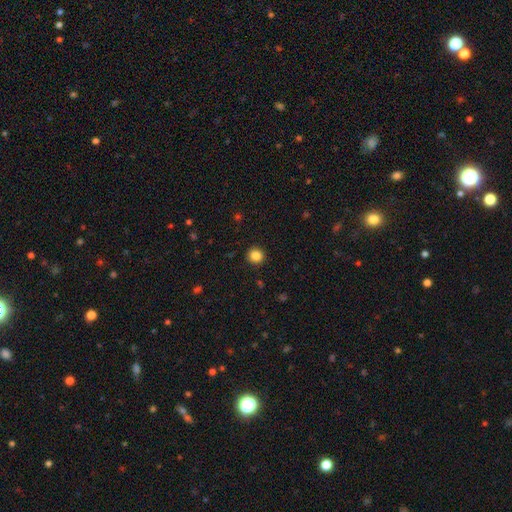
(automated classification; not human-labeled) Morphology: type=smooth (85%); roundness=round (93%); merging=none (93%).